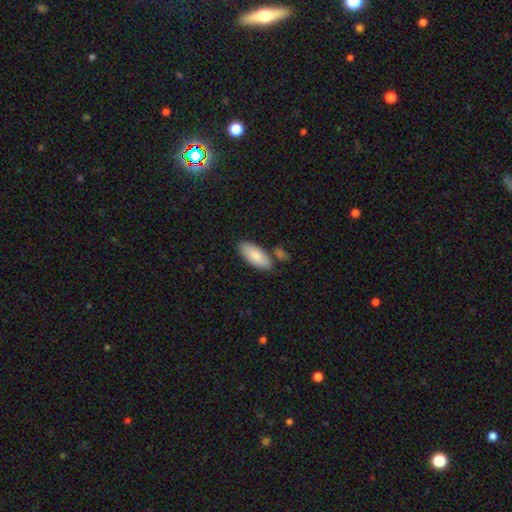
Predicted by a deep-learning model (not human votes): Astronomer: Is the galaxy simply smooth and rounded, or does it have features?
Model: smooth — 84%.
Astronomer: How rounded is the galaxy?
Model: in between — 86%.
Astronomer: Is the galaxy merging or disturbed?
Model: none — 73%.